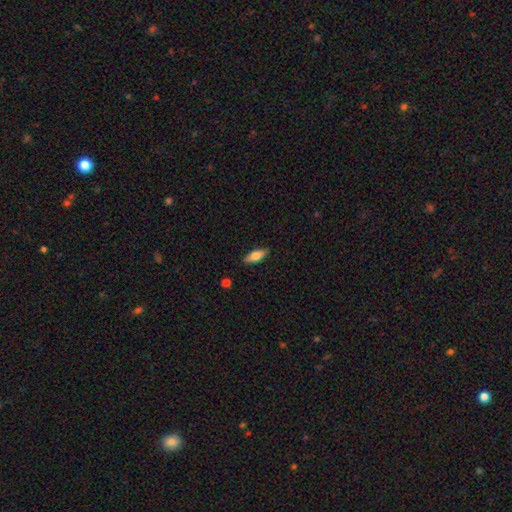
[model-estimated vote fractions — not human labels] Morphology: type=smooth (73%); roundness=in between (71%); merging=none (86%).